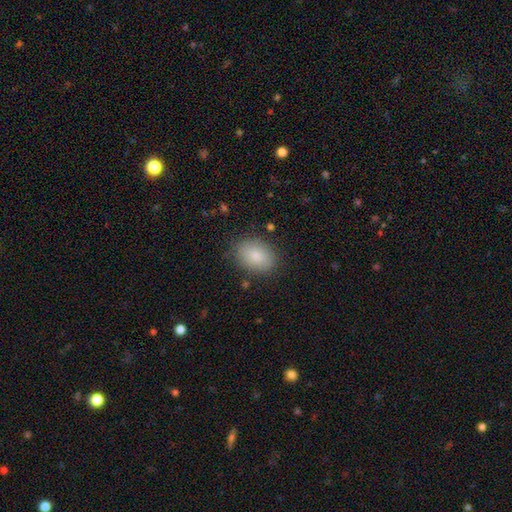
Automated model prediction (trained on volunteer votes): smooth-or-featured: smooth: 85% | featured or disk: 7% | star or artifact: 7%
  how-rounded: in between: 78% | round: 21% | cigar-shaped: 1%
  merging: none: 83% | minor disturbance: 12% | major disturbance: 3% | merger: 1%